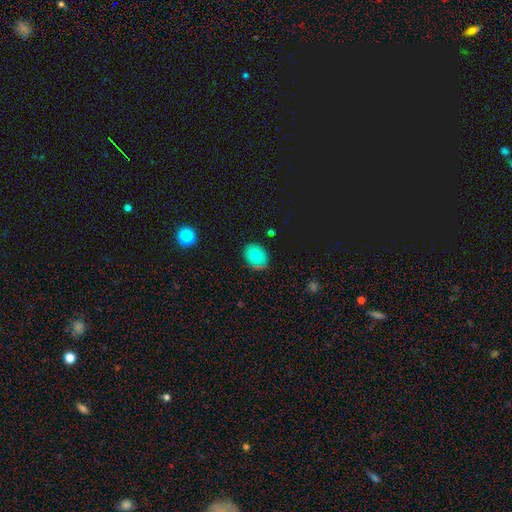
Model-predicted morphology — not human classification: smooth-or-featured: smooth: 73% | featured or disk: 16% | star or artifact: 11%
  how-rounded: in between: 61% | round: 38% | cigar-shaped: 1%
  merging: none: 75% | minor disturbance: 19% | major disturbance: 4% | merger: 3%